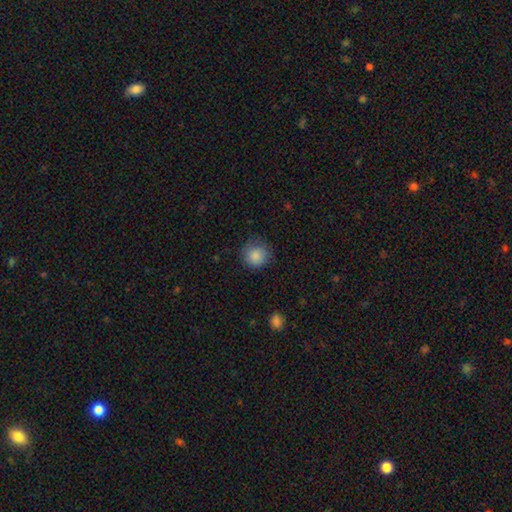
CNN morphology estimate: Overall: smooth (87%). How rounded: round (93%). Merging: none (81%).